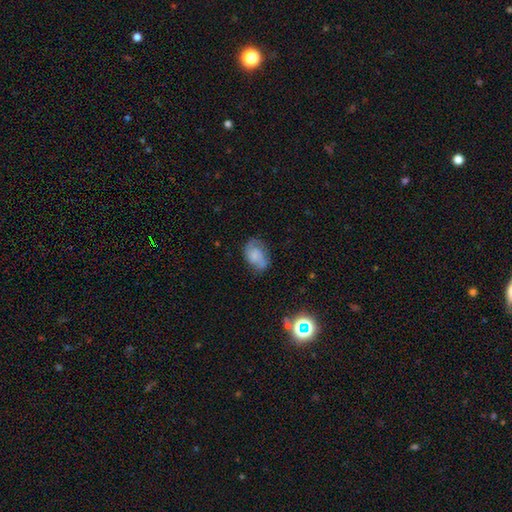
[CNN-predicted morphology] A smooth galaxy with no disk features (48%). Merging: none (57%).